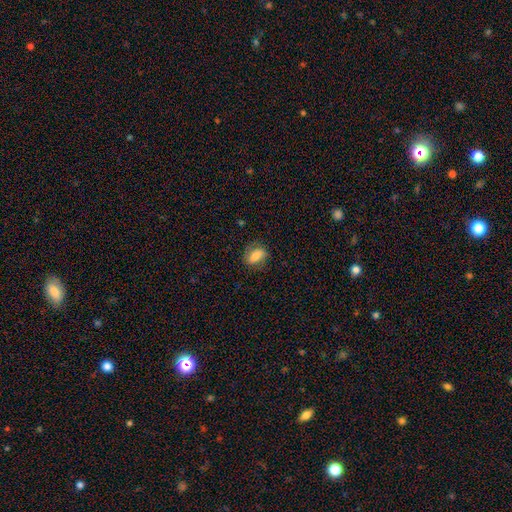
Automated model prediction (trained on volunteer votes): smooth_or_featured: smooth (p=0.72) [alt: featured or disk p=0.20]
how_rounded: in between (p=0.78) [alt: round p=0.16]
merging: none (p=0.76) [alt: minor disturbance p=0.17]